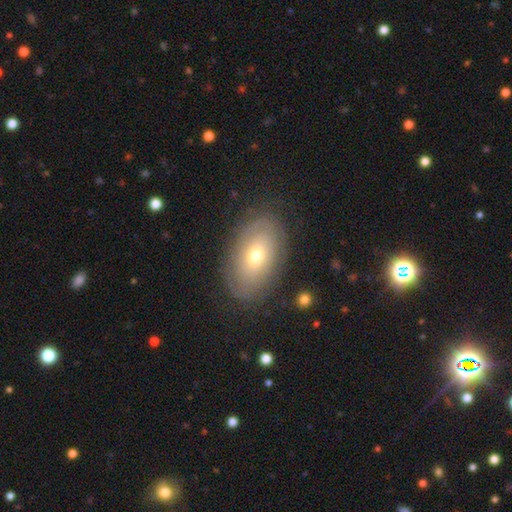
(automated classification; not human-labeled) Smooth or featured: smooth — 49% (featured or disk — 42%)
Merging: none — 81% (minor disturbance — 13%)